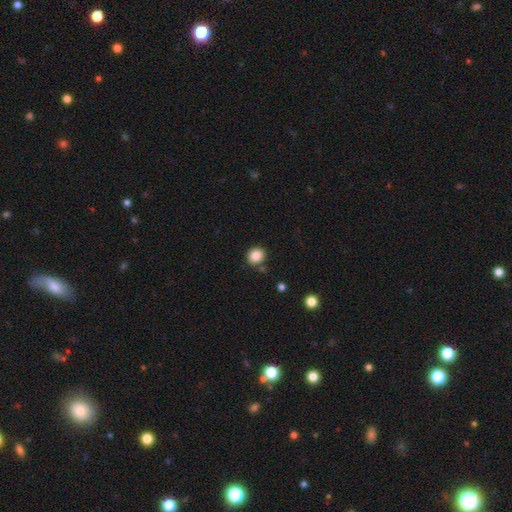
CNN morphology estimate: type=smooth (87%); roundness=round (77%); merging=none (81%).